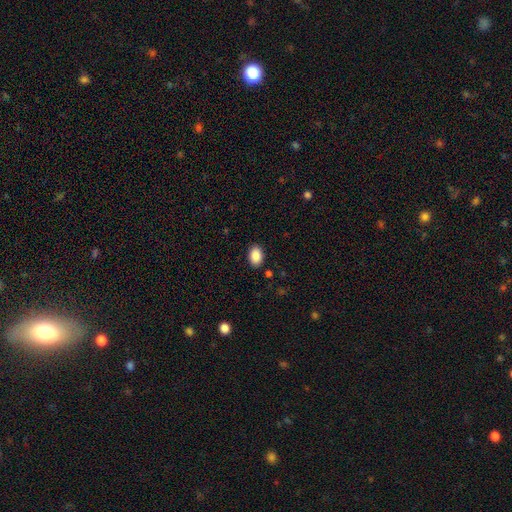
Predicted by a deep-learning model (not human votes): The model was most divided on "how rounded": in between: 87%, round: 12%, cigar-shaped: 1%. More confident: merging — none (89%); smooth or featured — smooth (89%).